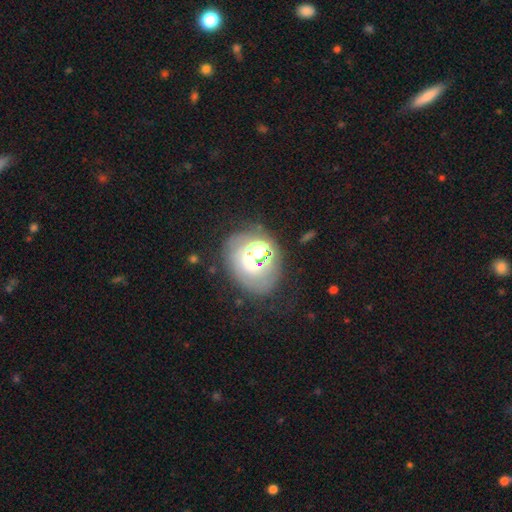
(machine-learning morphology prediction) A featured or disk galaxy (42%). Merging: none (46%).